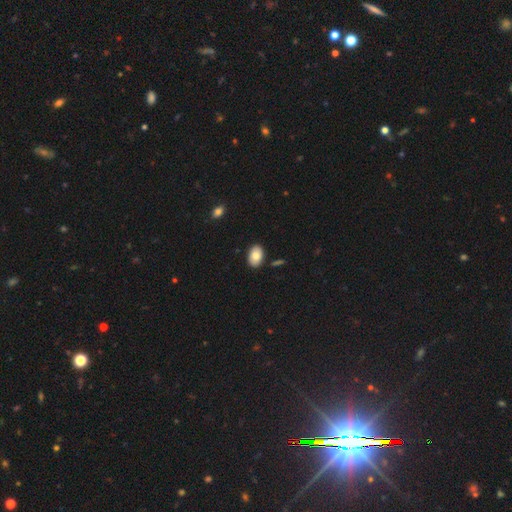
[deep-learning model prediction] Smooth or featured? Predicted: smooth (p=0.83). How rounded? Predicted: in between (p=0.89). Merging? Predicted: none (p=0.87).